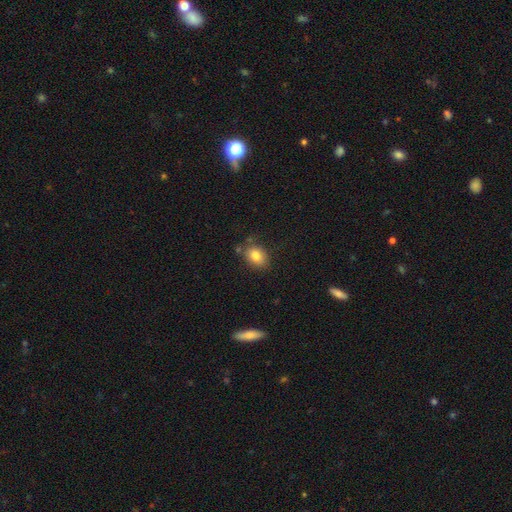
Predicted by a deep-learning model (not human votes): The model was most divided on "how rounded": in between: 66%, round: 33%, cigar-shaped: 1%. More confident: smooth or featured — smooth (81%); merging — none (75%).